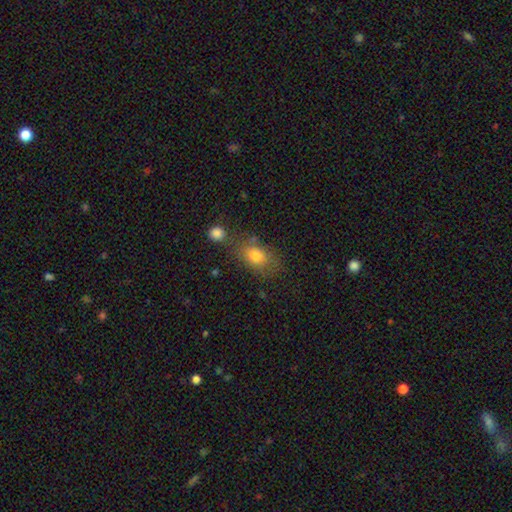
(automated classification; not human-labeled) This is likely a smooth galaxy (78%). How rounded: likely in between (74%). Merging: likely none (63%).